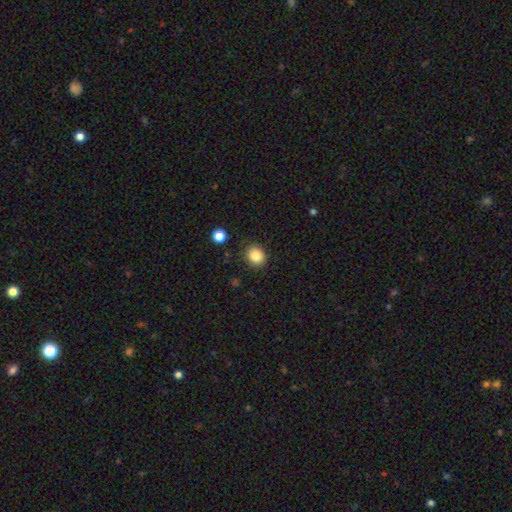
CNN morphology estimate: smooth-or-featured: smooth: 85% | star or artifact: 10% | featured or disk: 4%
  how-rounded: round: 72% | in between: 27% | cigar-shaped: 1%
  merging: none: 87% | minor disturbance: 8% | major disturbance: 3% | merger: 2%